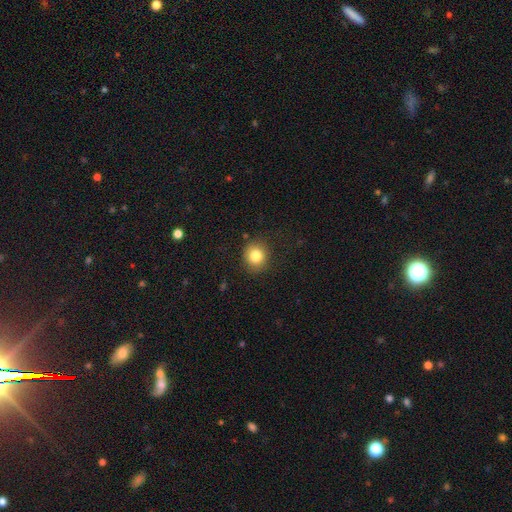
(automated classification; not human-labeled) Q: Smooth or featured?
A: smooth (83%); runner-up: star or artifact (10%)
Q: How rounded?
A: round (84%); runner-up: in between (15%)
Q: Merging?
A: none (86%); runner-up: minor disturbance (10%)